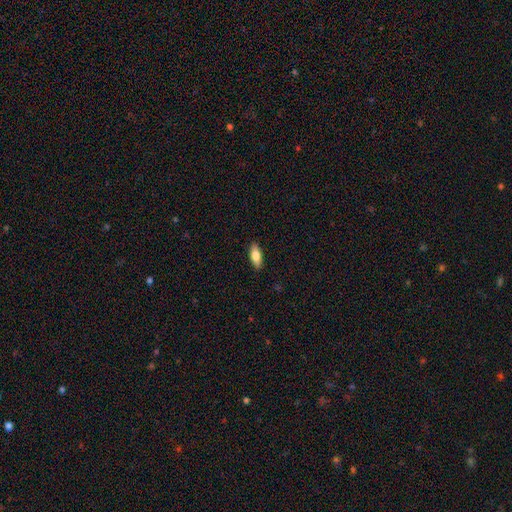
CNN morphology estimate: The model was most divided on "how rounded": in between: 73%, cigar-shaped: 25%, round: 2%. More confident: merging — none (89%); smooth or featured — smooth (77%).